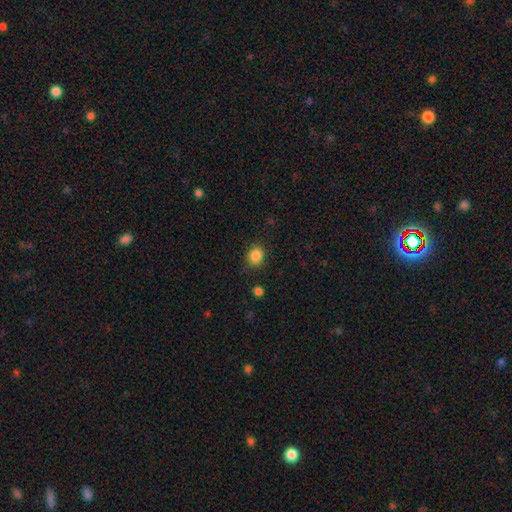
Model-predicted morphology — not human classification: The model was most divided on "how rounded": round: 70%, in between: 29%, cigar-shaped: 1%. More confident: smooth or featured — smooth (86%); merging — none (83%).